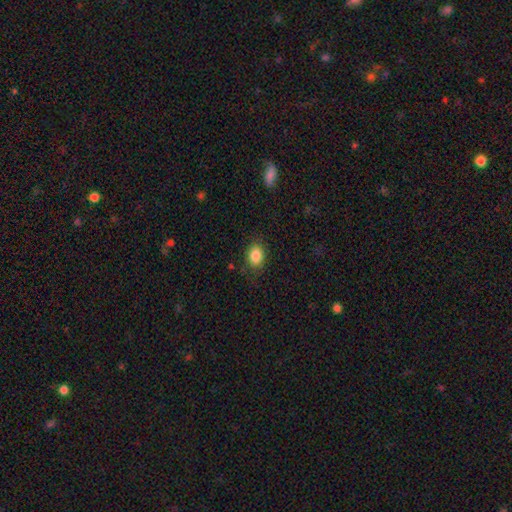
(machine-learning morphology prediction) smooth_or_featured: smooth (p=0.86) [alt: star or artifact p=0.09]
how_rounded: in between (p=0.67) [alt: round p=0.31]
merging: none (p=0.81) [alt: minor disturbance p=0.14]